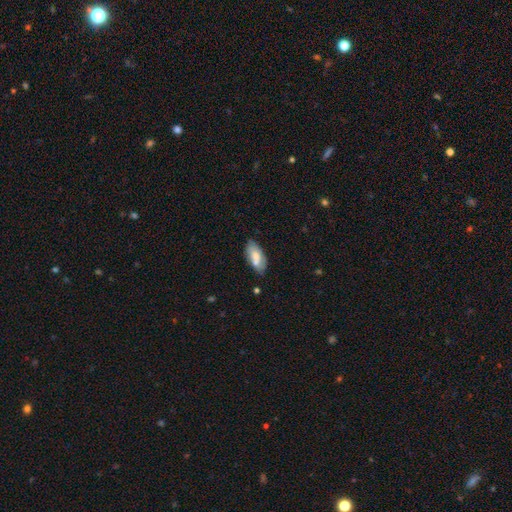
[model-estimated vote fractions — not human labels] A smooth galaxy with no disk features (67%) that is in between round and cigar-shaped (88%). Merging: none (63%).